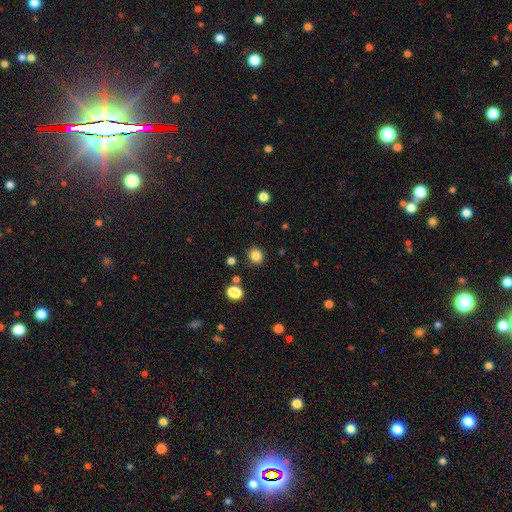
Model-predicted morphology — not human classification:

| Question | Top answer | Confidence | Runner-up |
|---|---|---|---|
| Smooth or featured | smooth | 83% | star or artifact (12%) |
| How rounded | round | 78% | in between (21%) |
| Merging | none | 86% | minor disturbance (9%) |